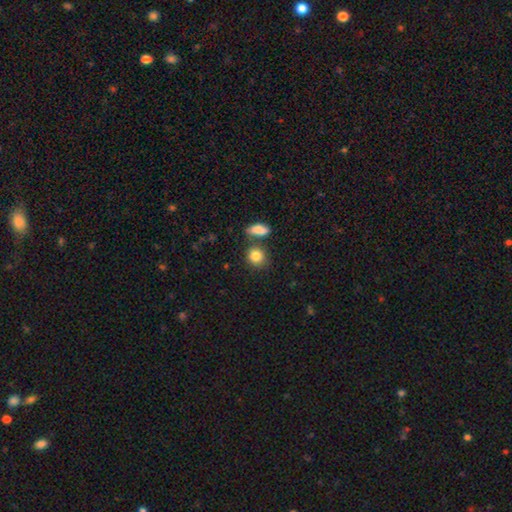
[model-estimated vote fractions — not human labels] This appears to be a smooth galaxy with no disk features (85%) that is round (68%). Merging: none (66%).